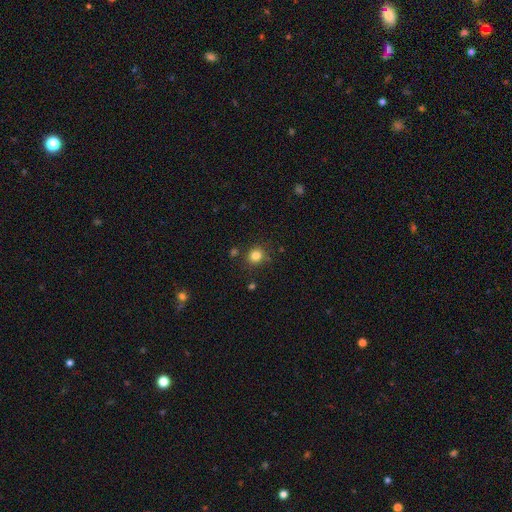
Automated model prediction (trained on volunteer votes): A smooth galaxy with no disk features (82%) that is round (85%). Merging: none (84%).